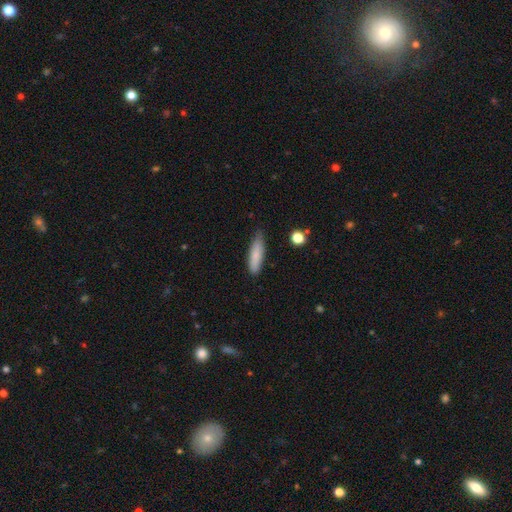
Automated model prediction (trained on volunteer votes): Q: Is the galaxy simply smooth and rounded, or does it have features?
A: smooth — 82%.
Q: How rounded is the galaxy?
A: cigar-shaped — 67%.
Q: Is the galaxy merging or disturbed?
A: none — 73%.